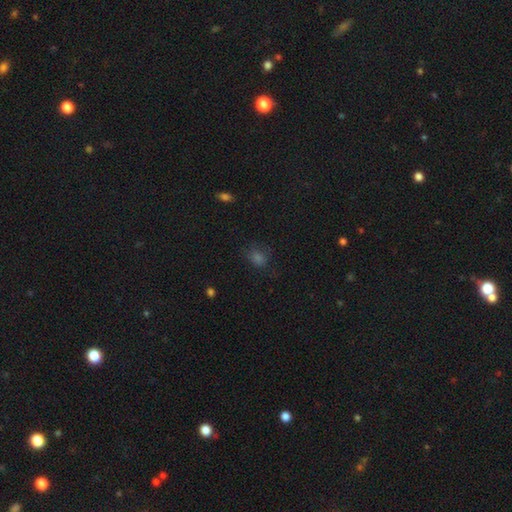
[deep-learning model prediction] smooth-or-featured: smooth: 59% | star or artifact: 33% | featured or disk: 9%
  how-rounded: round: 65% | in between: 34% | cigar-shaped: 2%
  merging: none: 78% | minor disturbance: 15% | major disturbance: 6% | merger: 2%